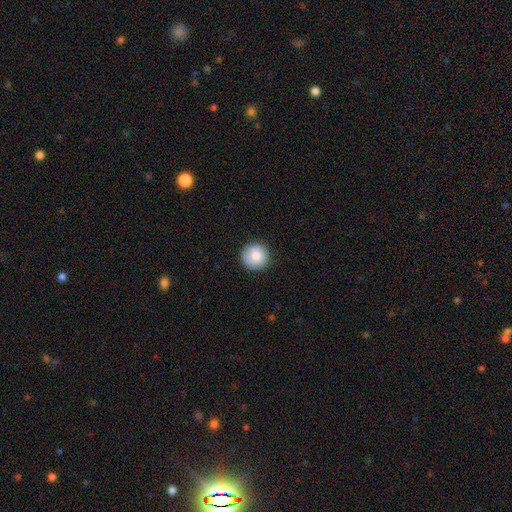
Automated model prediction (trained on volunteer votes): Overall: smooth (82%). How rounded: round (95%). Merging: none (85%).